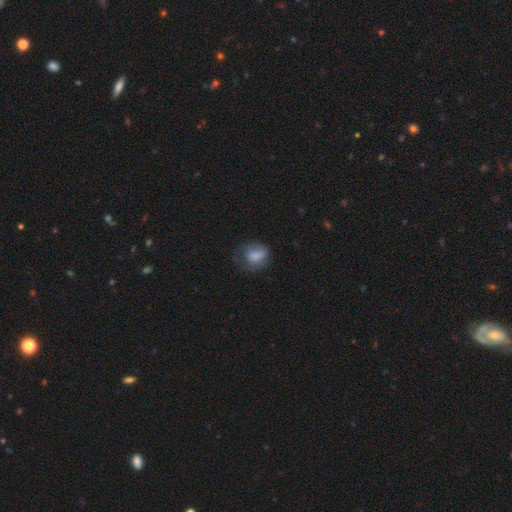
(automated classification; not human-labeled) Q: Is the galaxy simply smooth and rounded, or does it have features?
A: smooth — 75%.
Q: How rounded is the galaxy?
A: in between — 50%.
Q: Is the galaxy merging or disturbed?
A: none — 47%.